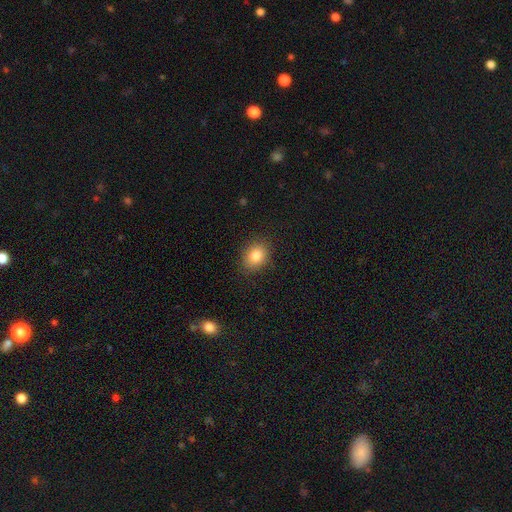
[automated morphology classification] The model was most divided on "how rounded": in between: 57%, round: 42%, cigar-shaped: 1%. More confident: merging — none (85%); smooth or featured — smooth (83%).